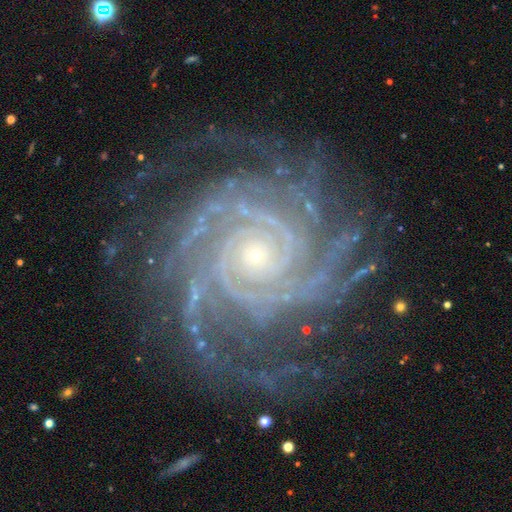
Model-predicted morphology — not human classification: Overall: featured or disk (92%). Edge-on disk: no (98%). Bar: no (77%). Spiral arms: yes (99%). Spiral arm count: more than 4 (23%; 4 21%). Spiral winding: tight (81%). Bulge size: small (79%). Merging: none (76%).